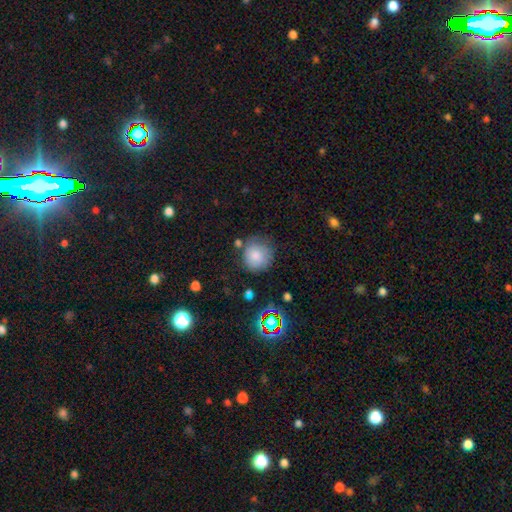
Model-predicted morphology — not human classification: A smooth galaxy with no disk features (79%) that is round (91%). Merging: none (69%).